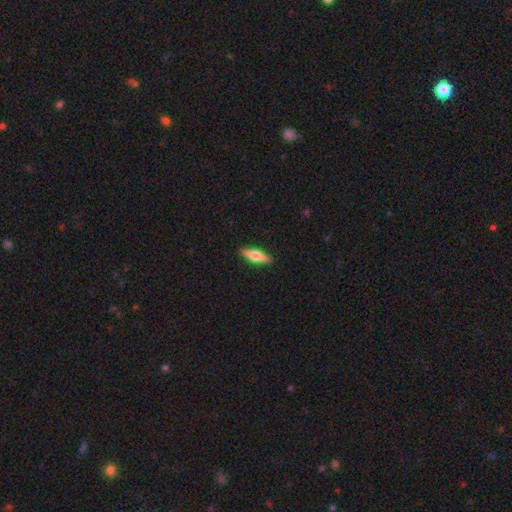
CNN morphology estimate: This is possibly a smooth galaxy (50%). Merging: clearly none (90%).